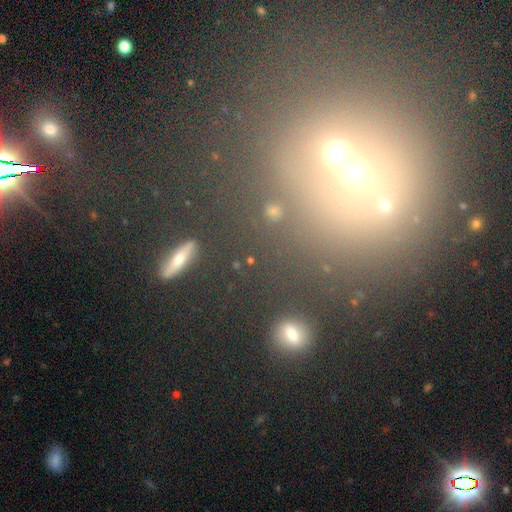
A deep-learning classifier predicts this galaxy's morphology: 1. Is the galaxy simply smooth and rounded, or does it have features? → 42% star or artifact, 38% smooth, 19% featured or disk.